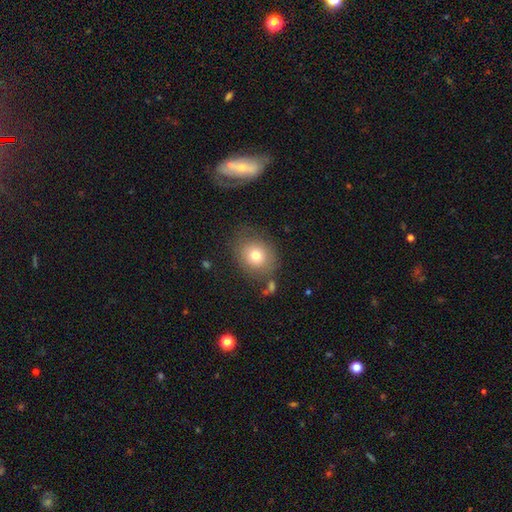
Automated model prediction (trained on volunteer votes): smooth-or-featured: smooth: 74% | featured or disk: 15% | star or artifact: 10%
  how-rounded: round: 63% | in between: 36% | cigar-shaped: 1%
  merging: none: 74% | minor disturbance: 16% | major disturbance: 6% | merger: 4%